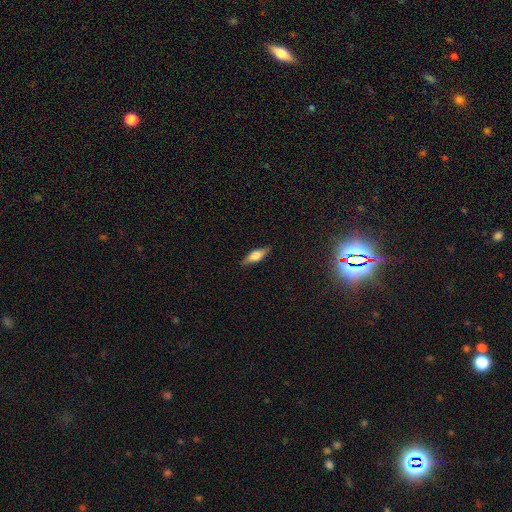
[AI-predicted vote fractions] Morphology: type=smooth (52%); roundness=in between (57%); merging=none (86%).